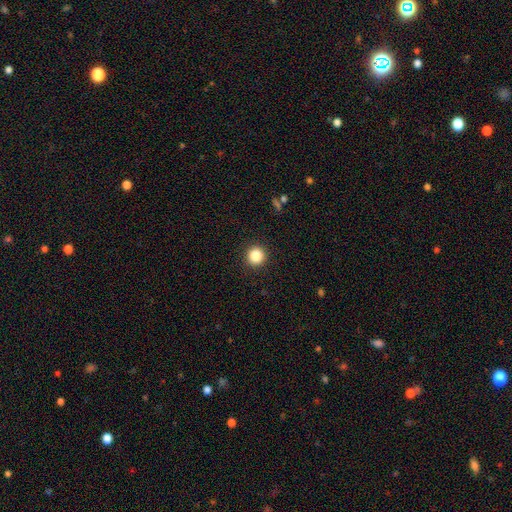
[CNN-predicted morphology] A smooth galaxy with no disk features (85%) that is round (95%).

Vote fractions:
- Smooth or featured? smooth: 85% / star or artifact: 10% / featured or disk: 4%
- How rounded? round: 95% / in between: 4% / cigar-shaped: 1%
- Merging? none: 93% / minor disturbance: 5% / major disturbance: 2% / merger: 1%